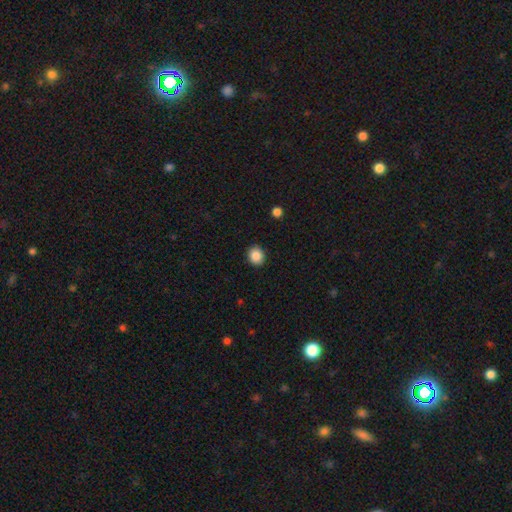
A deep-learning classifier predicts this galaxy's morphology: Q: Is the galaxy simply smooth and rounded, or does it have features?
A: smooth — 87%.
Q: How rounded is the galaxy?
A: round — 73%.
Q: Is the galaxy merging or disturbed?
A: none — 91%.